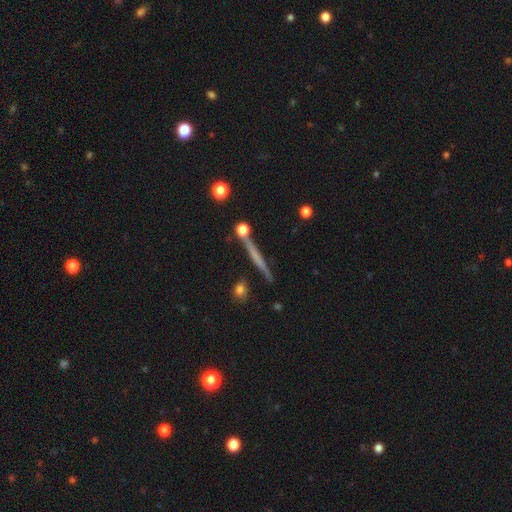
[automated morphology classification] Smooth or featured? featured or disk (54%)
Edge-on disk? yes (96%)
Edge-on bulge? none (81%)
Merging? none (84%)